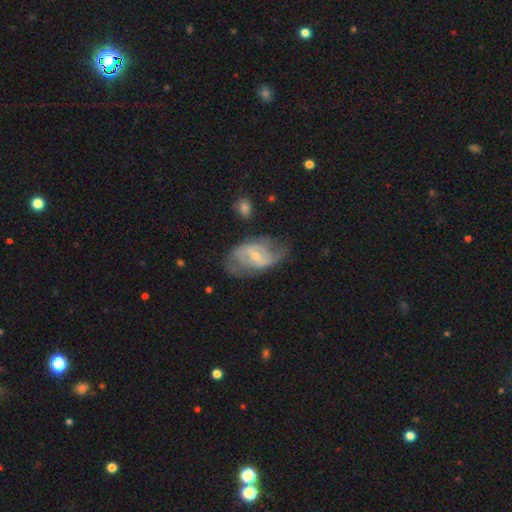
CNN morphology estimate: type=featured or disk (78%); edge-on=no (96%); bar=weak (50%); spiral arms=yes (86%); winding=medium (45%); arm count=2 (69%); bulge=small (59%); merging=none (57%).